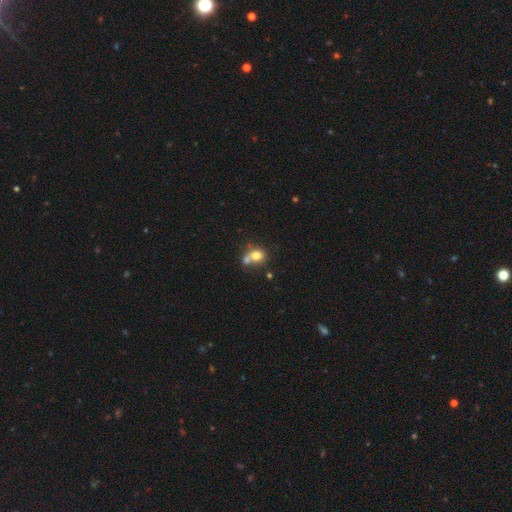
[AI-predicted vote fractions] smooth 74%, featured or disk 14%, star or artifact 11%. Down the decision tree: how rounded — round (67%); merging — merger (49%).